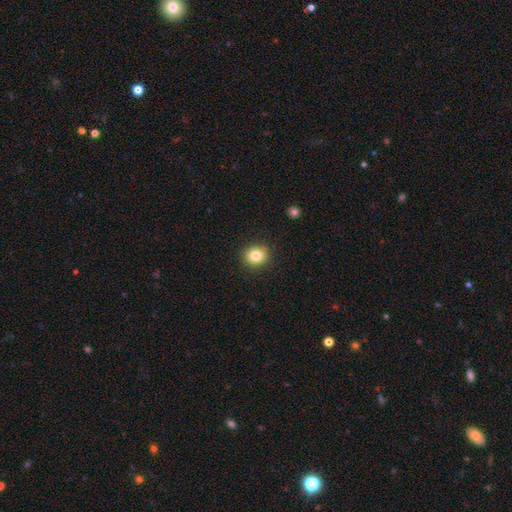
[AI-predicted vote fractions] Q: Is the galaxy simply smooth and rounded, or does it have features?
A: smooth — 82%.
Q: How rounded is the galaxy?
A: round — 78%.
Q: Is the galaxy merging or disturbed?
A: none — 90%.